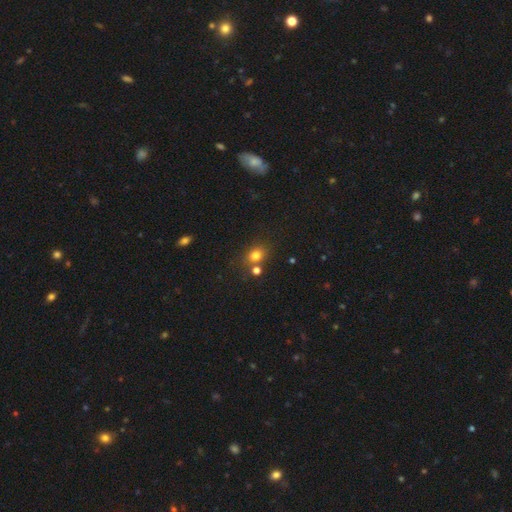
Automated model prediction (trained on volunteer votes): Smooth or featured? smooth (78%)
How rounded? round (58%)
Merging? none (67%)